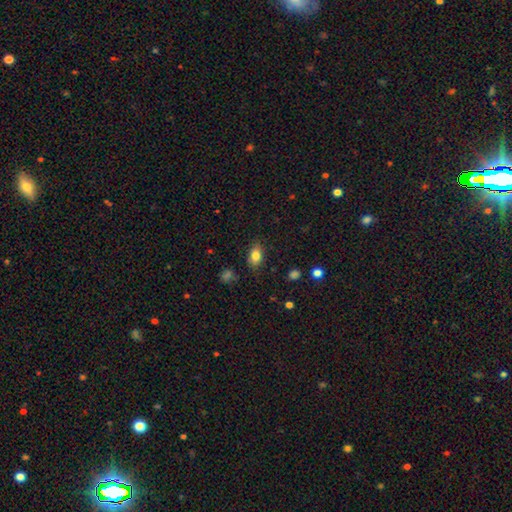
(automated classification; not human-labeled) Smooth or featured: smooth — 81% (featured or disk — 10%)
How rounded: in between — 86% (round — 9%)
Merging: none — 82% (minor disturbance — 13%)